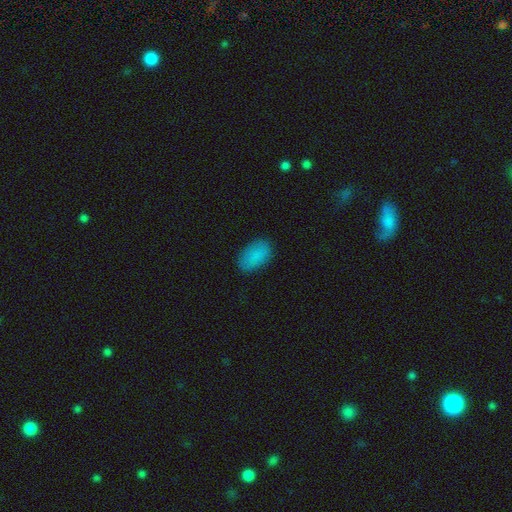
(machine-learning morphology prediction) This appears to be a smooth galaxy with no disk features (86%) that is in between round and cigar-shaped (93%). Merging: none (83%).